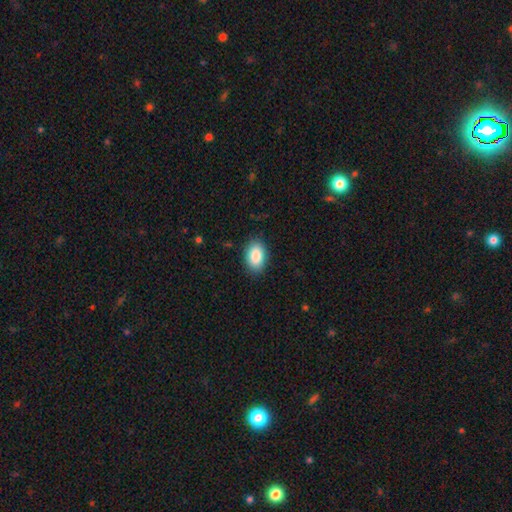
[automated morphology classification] smooth-or-featured: smooth: 87% | star or artifact: 7% | featured or disk: 6%
  how-rounded: in between: 89% | round: 10% | cigar-shaped: 1%
  merging: none: 87% | minor disturbance: 10% | major disturbance: 2% | merger: 1%